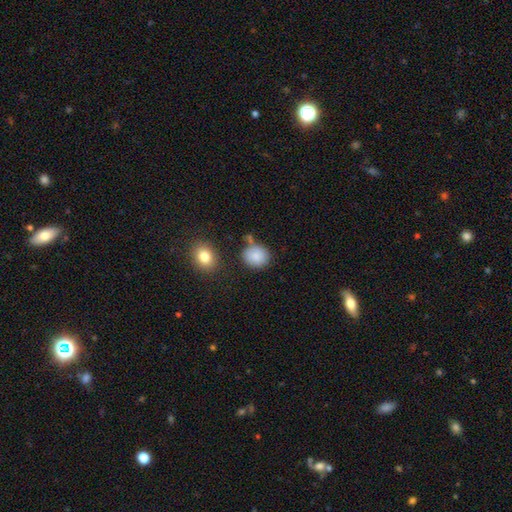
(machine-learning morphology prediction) type=smooth (86%); roundness=round (77%); merging=none (72%).